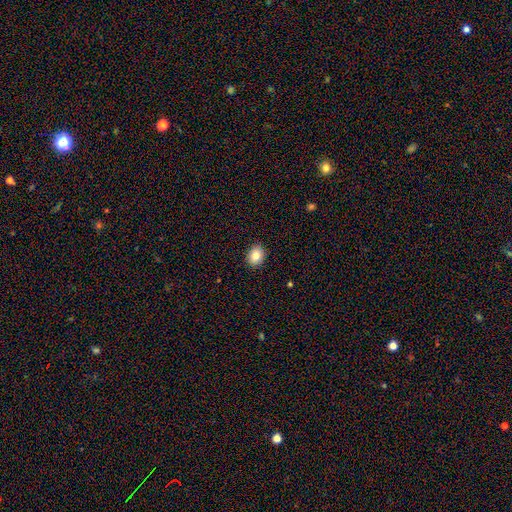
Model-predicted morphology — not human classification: Smooth or featured? Predicted: smooth (p=0.83). How rounded? Predicted: in between (p=0.53). Merging? Predicted: none (p=0.90).